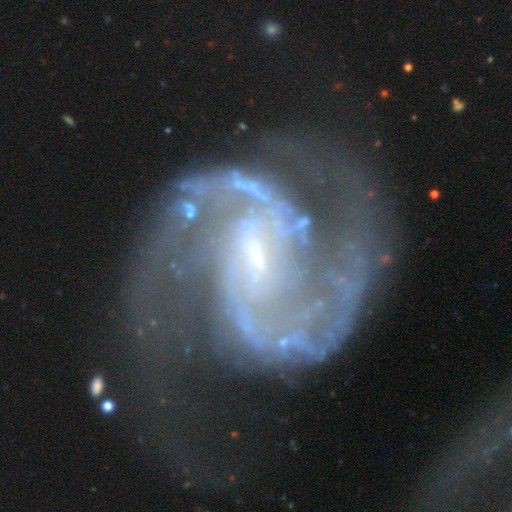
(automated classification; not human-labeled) Smooth or featured? Predicted: featured or disk (p=0.93). Edge-on disk? Predicted: no (p=0.98). Bar? Predicted: weak (p=0.48). Spiral arms? Predicted: yes (p=0.98). Spiral winding? Predicted: medium (p=0.58). Spiral arm count? Predicted: 2 (p=0.88). Bulge size? Predicted: small (p=0.78). Merging? Predicted: none (p=0.53).